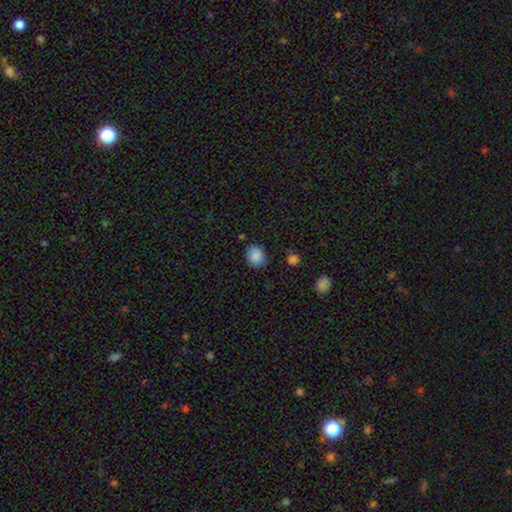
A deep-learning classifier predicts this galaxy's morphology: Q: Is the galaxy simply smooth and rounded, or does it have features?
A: smooth — 87%.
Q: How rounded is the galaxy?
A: round — 63%.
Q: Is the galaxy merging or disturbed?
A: none — 79%.